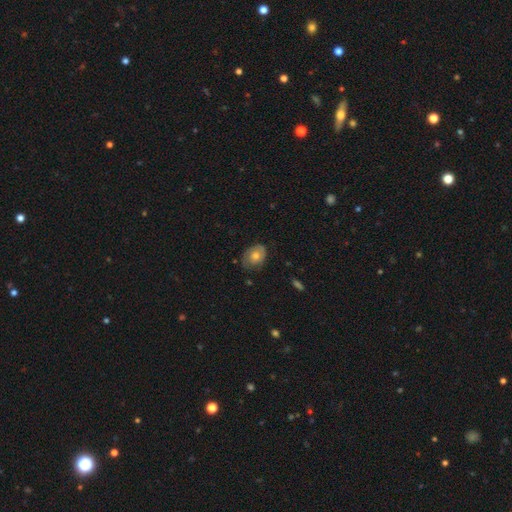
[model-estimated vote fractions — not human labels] The model was most divided on "smooth or featured": smooth: 50%, featured or disk: 41%, star or artifact: 9%. More confident: merging — none (69%).